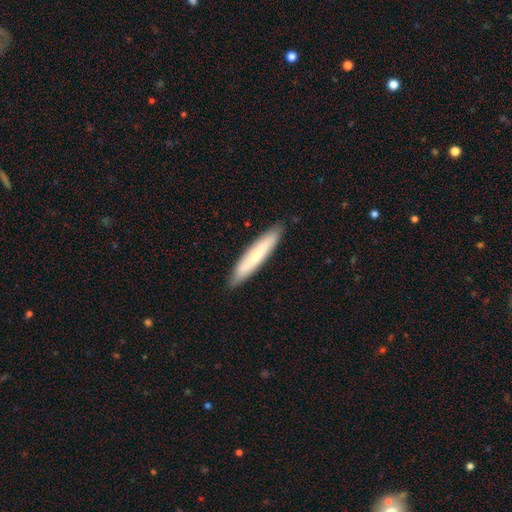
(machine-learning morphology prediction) smooth 60%, featured or disk 34%, star or artifact 5%. Down the decision tree: how rounded — cigar-shaped (89%); merging — none (89%).